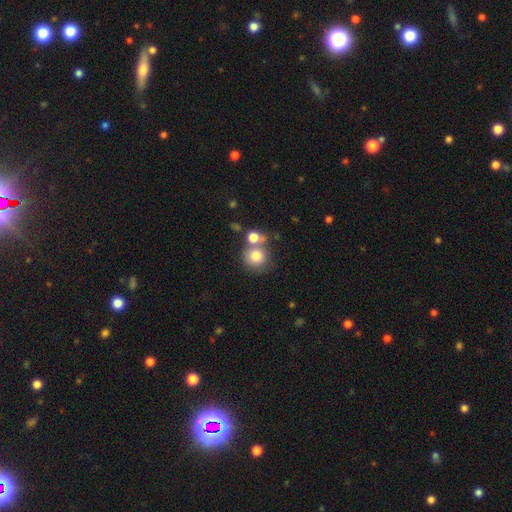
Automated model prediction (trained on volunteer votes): Smooth or featured? Predicted: smooth (p=0.79). How rounded? Predicted: round (p=0.86). Merging? Predicted: none (p=0.47).